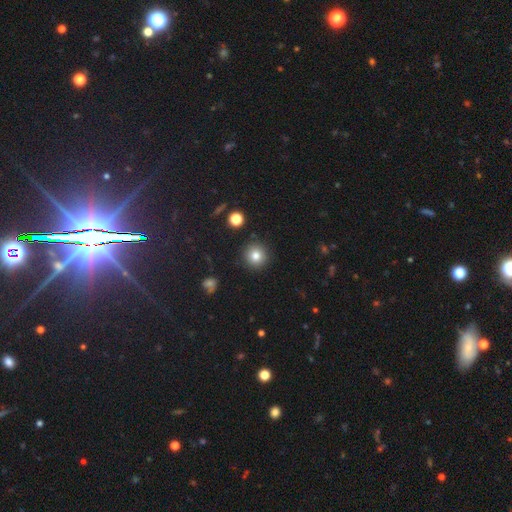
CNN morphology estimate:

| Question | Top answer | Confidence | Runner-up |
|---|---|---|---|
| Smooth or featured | smooth | 80% | star or artifact (12%) |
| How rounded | round | 94% | in between (5%) |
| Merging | none | 90% | minor disturbance (6%) |